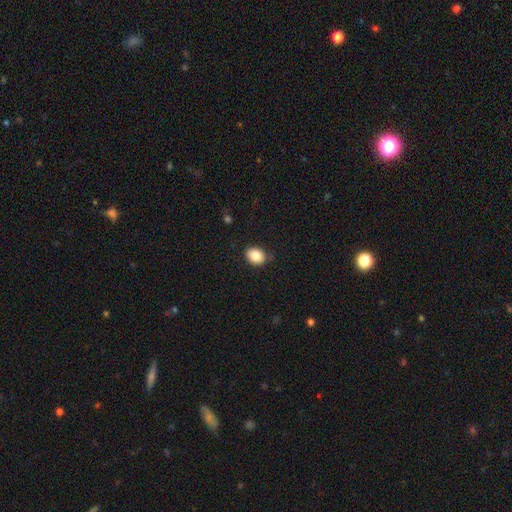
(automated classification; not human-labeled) This is clearly a smooth galaxy (86%). How rounded: possibly in between (56%). Merging: clearly none (85%).